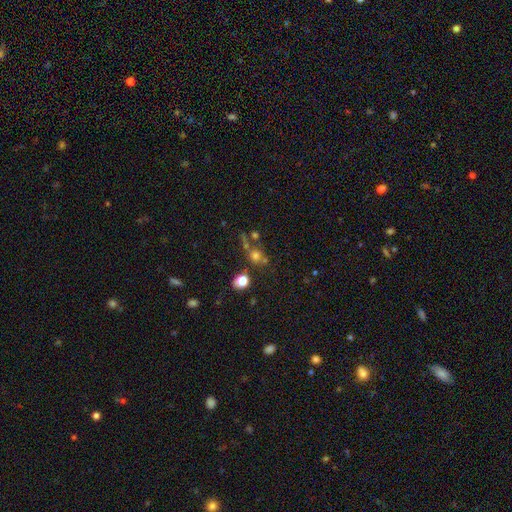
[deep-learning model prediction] This appears to be a smooth galaxy with no disk features (65%) that is round (79%). Merging: none (50%).